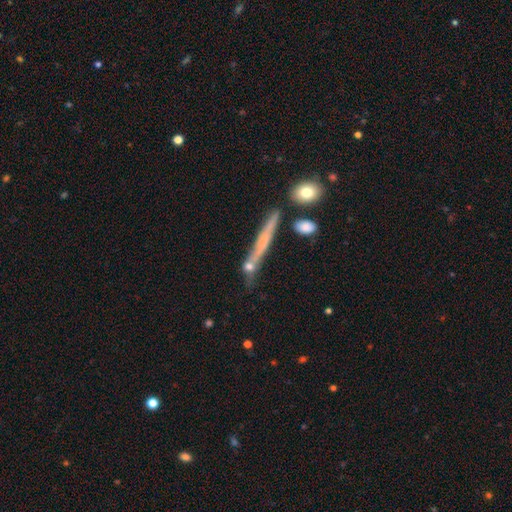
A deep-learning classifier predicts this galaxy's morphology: smooth_or_featured: featured or disk (p=0.47) [alt: smooth p=0.43]
merging: none (p=0.69) [alt: minor disturbance p=0.17]